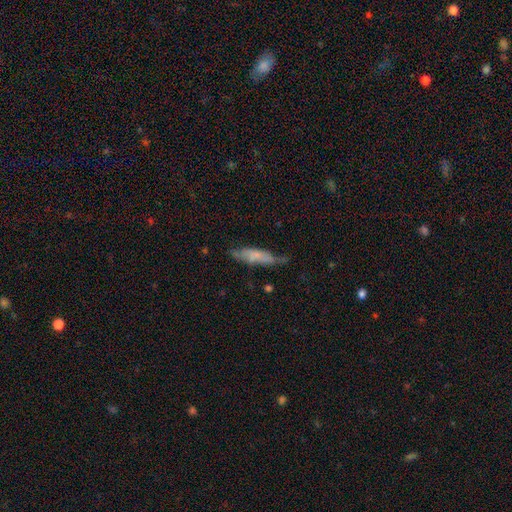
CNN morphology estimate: smooth-or-featured: smooth: 58% | featured or disk: 35% | star or artifact: 7%
  how-rounded: cigar-shaped: 70% | in between: 28% | round: 2%
  merging: none: 53% | minor disturbance: 32% | major disturbance: 12% | merger: 4%